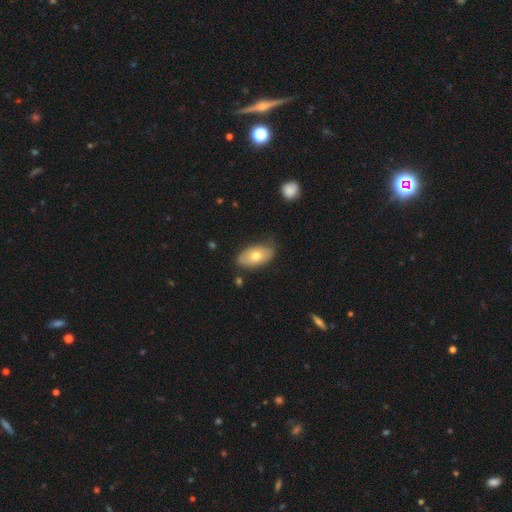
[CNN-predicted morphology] The model was most divided on "smooth or featured": smooth: 70%, featured or disk: 24%, star or artifact: 6%. More confident: how rounded — in between (93%); merging — none (77%).